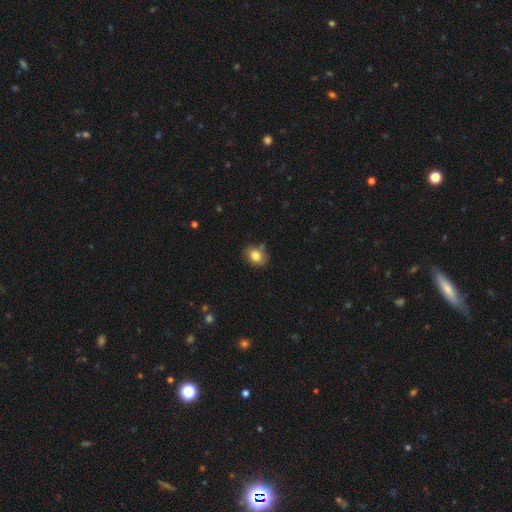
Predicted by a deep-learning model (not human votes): Overall: smooth (82%). How rounded: in between (56%; round 43%). Merging: none (74%).